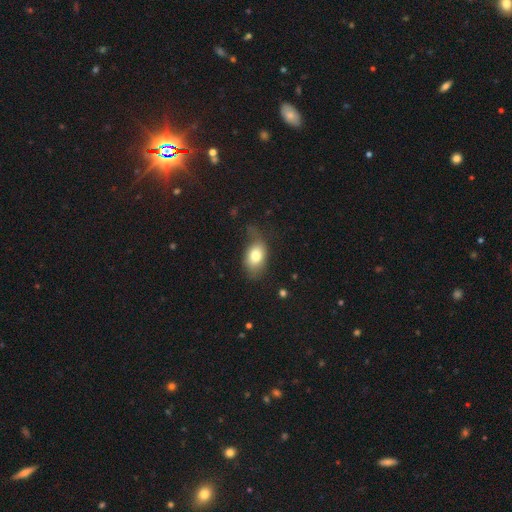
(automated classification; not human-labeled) A smooth galaxy with no disk features (77%) that is in between round and cigar-shaped (85%).

Vote fractions:
- Smooth or featured? smooth: 77% / featured or disk: 14% / star or artifact: 8%
- How rounded? in between: 85% / round: 14% / cigar-shaped: 2%
- Merging? none: 48% / minor disturbance: 32% / major disturbance: 17% / merger: 3%